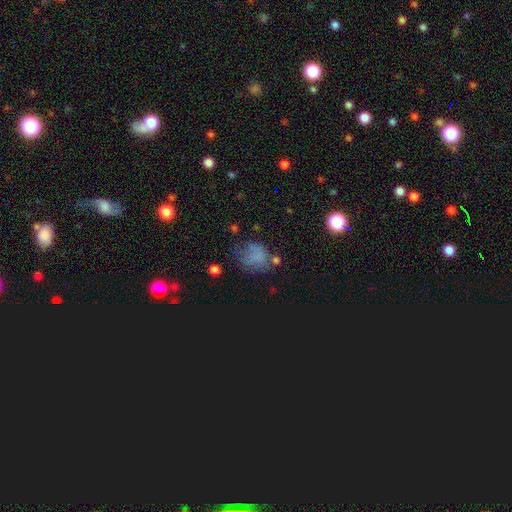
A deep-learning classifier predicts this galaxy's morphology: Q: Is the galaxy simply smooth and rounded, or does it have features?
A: smooth — 67%.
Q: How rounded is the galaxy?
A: round — 55%.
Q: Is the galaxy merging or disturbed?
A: none — 43%.